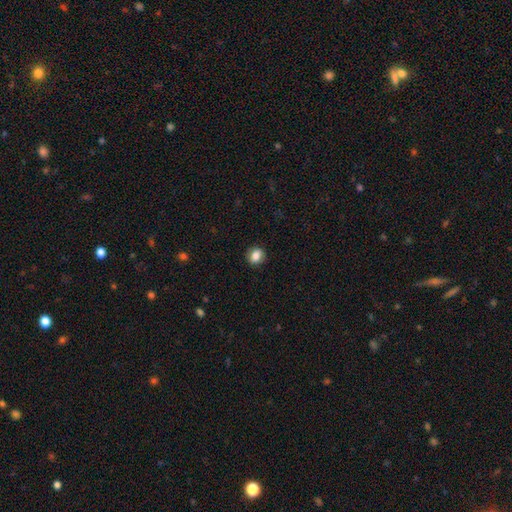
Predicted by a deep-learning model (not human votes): Morphology: type=smooth (83%); roundness=round (72%); merging=none (89%).